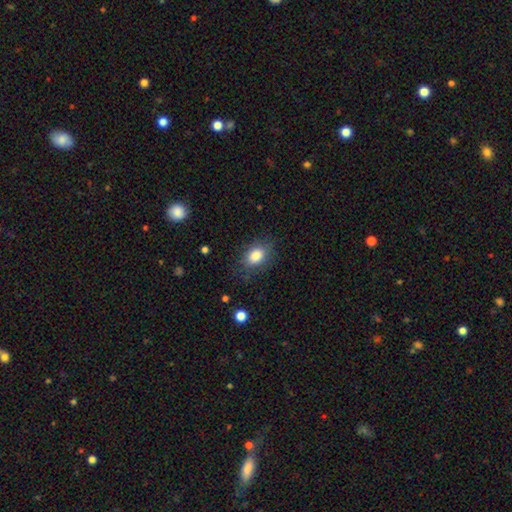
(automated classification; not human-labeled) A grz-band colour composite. It shows a smooth galaxy with no disk features (84%) that is in between round and cigar-shaped (76%). Merging: none (77%).